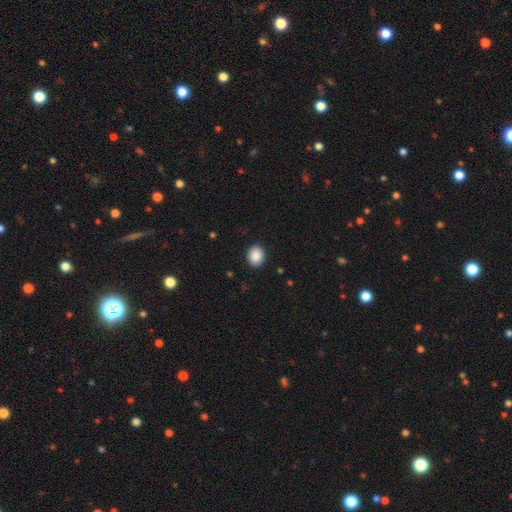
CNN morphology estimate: Overall: smooth (89%). How rounded: round (58%; in between 42%). Merging: none (90%).